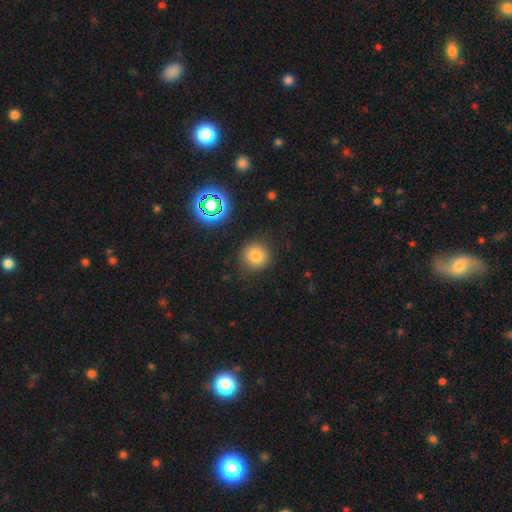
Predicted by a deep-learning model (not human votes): A smooth galaxy with no disk features (77%) that is round (91%). Merging: none (85%).